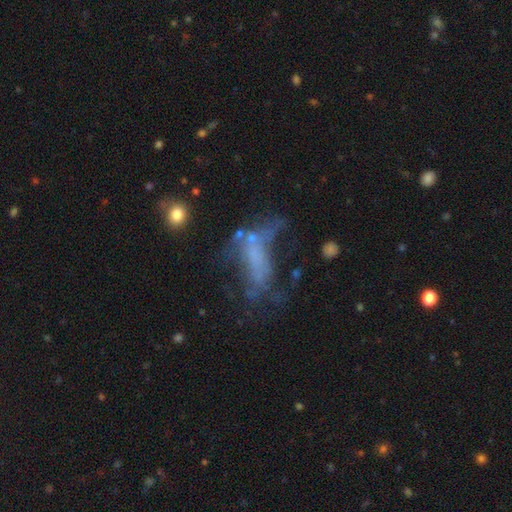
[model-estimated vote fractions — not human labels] A featured or disk galaxy (49%). Merging: major disturbance (43%).